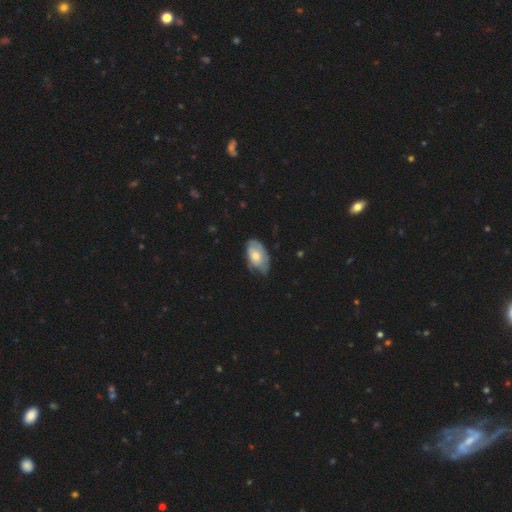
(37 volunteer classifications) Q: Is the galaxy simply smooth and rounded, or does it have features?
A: smooth — 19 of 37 (51%).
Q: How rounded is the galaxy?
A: in between — 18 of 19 (95%).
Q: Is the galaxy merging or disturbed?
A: none — 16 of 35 (46%).